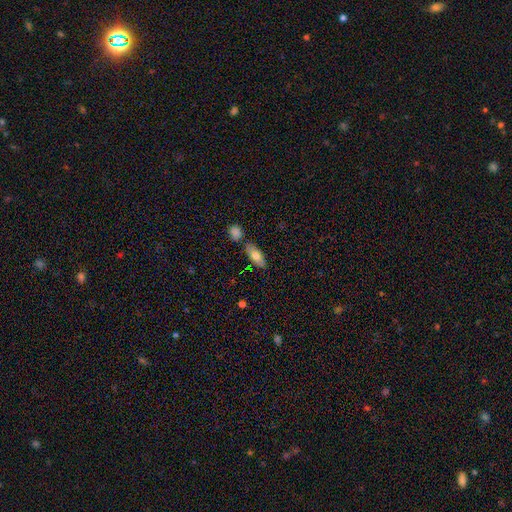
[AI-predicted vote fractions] Overall: smooth (72%). How rounded: in between (77%). Merging: none (73%).